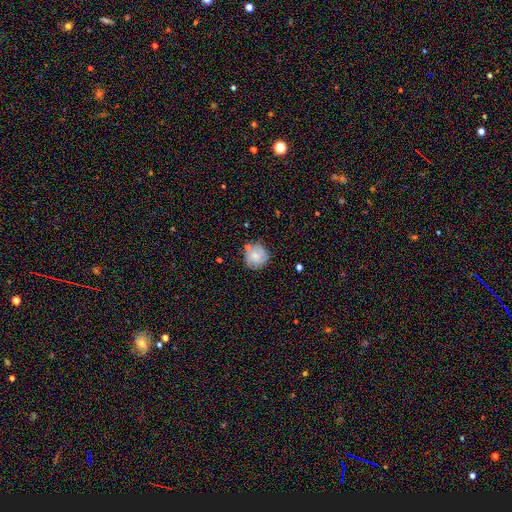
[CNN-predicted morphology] This is likely a smooth galaxy (62%). How rounded: clearly round (90%). Merging: likely none (71%).